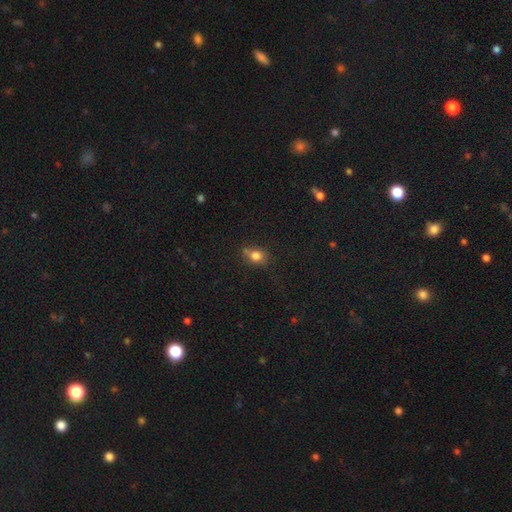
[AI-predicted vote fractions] Smooth or featured?
  - smooth: 80% *
  - star or artifact: 12%
  - featured or disk: 8%
How rounded?
  - round: 55% *
  - in between: 44%
  - cigar-shaped: 1%
Merging?
  - none: 59% *
  - minor disturbance: 22%
  - merger: 13%
  - major disturbance: 6%